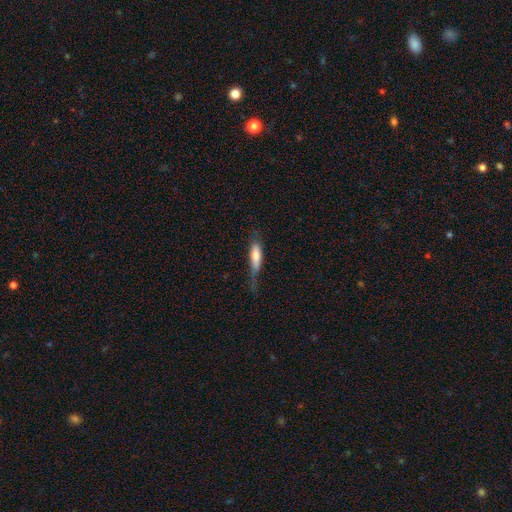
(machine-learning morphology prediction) Smooth or featured?
  - smooth: 72% *
  - featured or disk: 22%
  - star or artifact: 6%
How rounded?
  - cigar-shaped: 61% *
  - in between: 37%
  - round: 2%
Merging?
  - none: 41% *
  - minor disturbance: 33%
  - major disturbance: 23%
  - merger: 2%